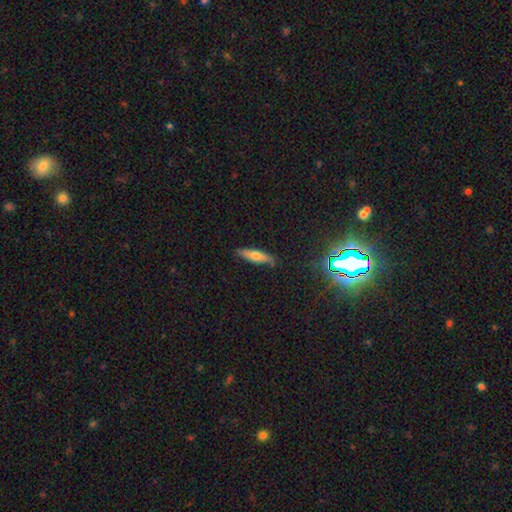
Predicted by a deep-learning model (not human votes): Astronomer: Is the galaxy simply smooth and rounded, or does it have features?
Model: smooth — 62%.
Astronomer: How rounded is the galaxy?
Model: cigar-shaped — 74%.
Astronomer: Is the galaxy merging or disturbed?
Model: none — 83%.